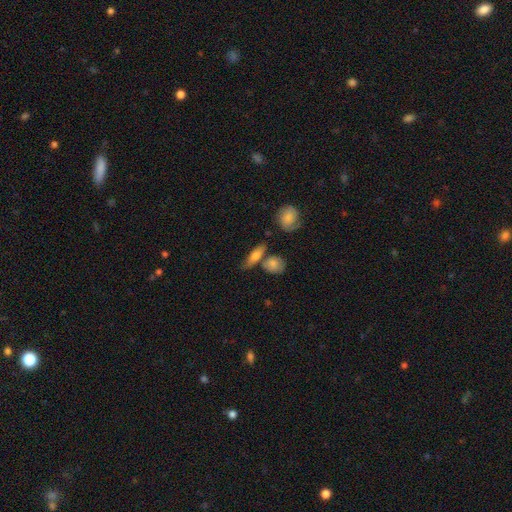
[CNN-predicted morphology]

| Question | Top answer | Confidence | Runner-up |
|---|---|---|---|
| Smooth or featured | smooth | 68% | featured or disk (25%) |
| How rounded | in between | 49% | cigar-shaped (43%) |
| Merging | none | 59% | merger (19%) |